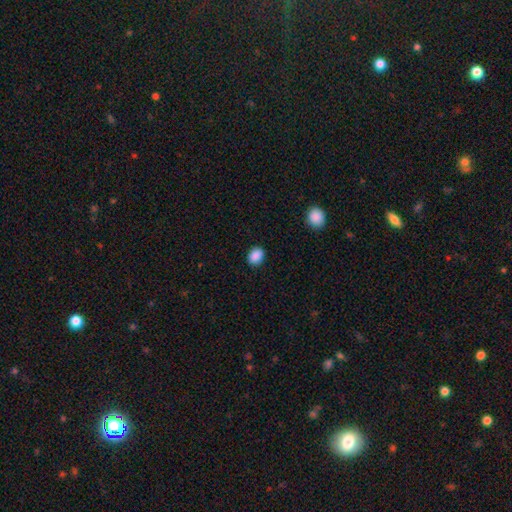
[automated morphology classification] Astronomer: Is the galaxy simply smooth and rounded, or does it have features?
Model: smooth — 88%.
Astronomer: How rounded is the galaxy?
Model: in between — 52% (runner-up: round, 47%).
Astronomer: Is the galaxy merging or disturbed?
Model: none — 88%.